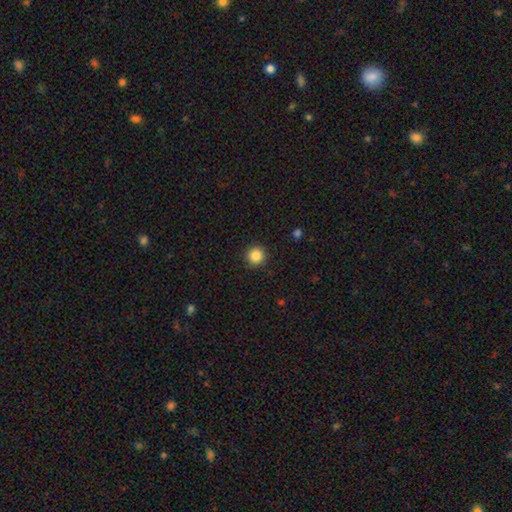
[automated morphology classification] Overall: smooth (86%). How rounded: round (95%). Merging: none (92%).